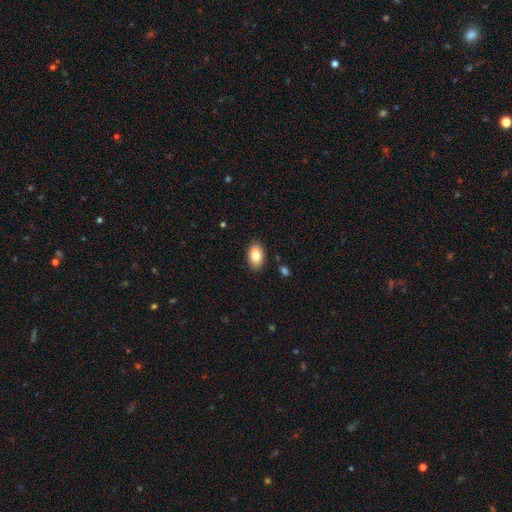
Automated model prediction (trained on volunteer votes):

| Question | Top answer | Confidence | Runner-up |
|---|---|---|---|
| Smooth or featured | smooth | 83% | featured or disk (10%) |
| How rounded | in between | 92% | round (7%) |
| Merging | none | 88% | minor disturbance (9%) |